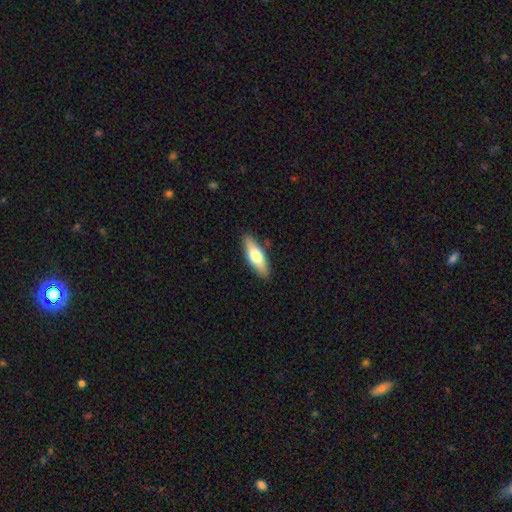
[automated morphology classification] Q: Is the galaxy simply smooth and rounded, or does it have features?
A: smooth — 63%.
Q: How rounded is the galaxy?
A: in between — 52%.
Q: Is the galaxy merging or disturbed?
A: none — 88%.